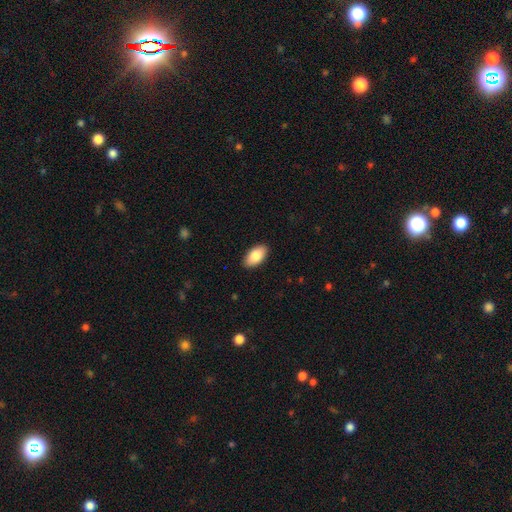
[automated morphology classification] Smooth or featured? Predicted: smooth (p=0.85). How rounded? Predicted: in between (p=0.95). Merging? Predicted: none (p=0.89).